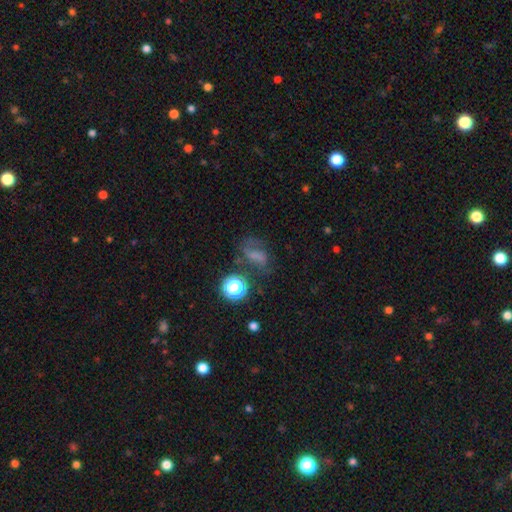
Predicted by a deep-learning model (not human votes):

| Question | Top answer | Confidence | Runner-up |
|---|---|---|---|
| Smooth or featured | smooth | 42% | featured or disk (33%) |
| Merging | none | 47% | major disturbance (25%) |